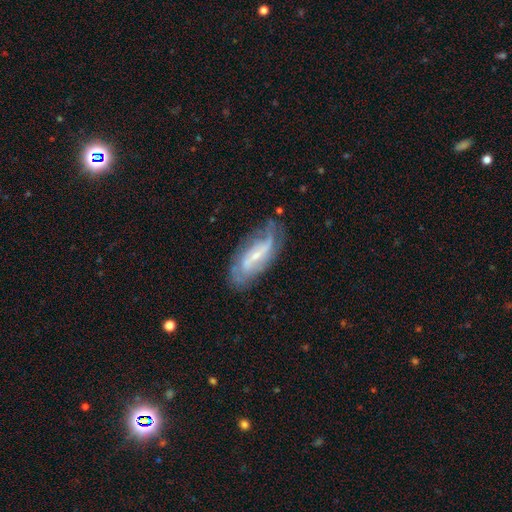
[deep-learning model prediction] A featured or disk galaxy (79%) with a weak bar (42%), 2 (53%) medium (38%) spiral arms (89%) and a small central bulge (71%). Merging: none (66%).